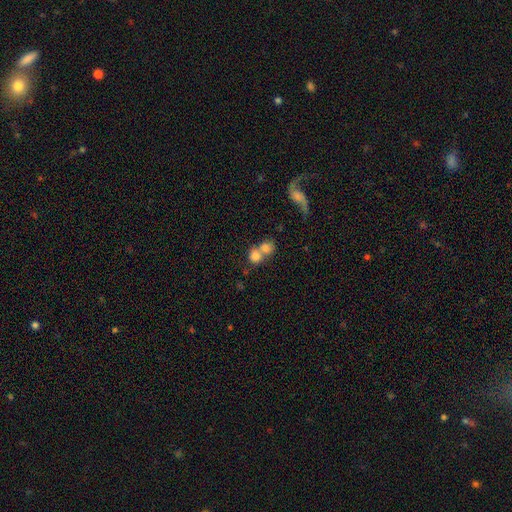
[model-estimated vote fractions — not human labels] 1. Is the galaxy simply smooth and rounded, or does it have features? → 77% smooth, 13% featured or disk, 10% star or artifact.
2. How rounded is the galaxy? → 74% round, 25% in between, 2% cigar-shaped.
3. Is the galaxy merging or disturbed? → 62% merger, 27% none, 6% minor disturbance, 5% major disturbance.